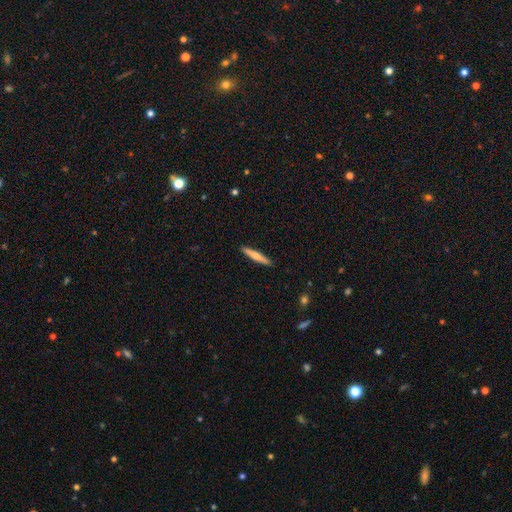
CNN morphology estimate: smooth-or-featured: smooth: 61% | featured or disk: 34% | star or artifact: 6%
  how-rounded: cigar-shaped: 93% | in between: 5% | round: 1%
  merging: none: 91% | minor disturbance: 7% | major disturbance: 1% | merger: 1%